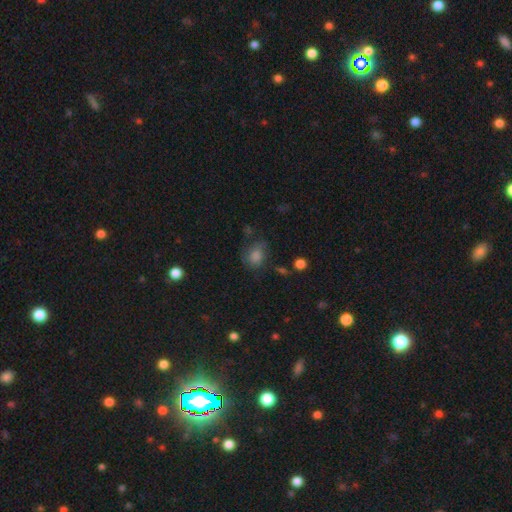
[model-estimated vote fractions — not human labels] Smooth or featured? Predicted: smooth (p=0.65). How rounded? Predicted: round (p=0.52). Merging? Predicted: none (p=0.59).